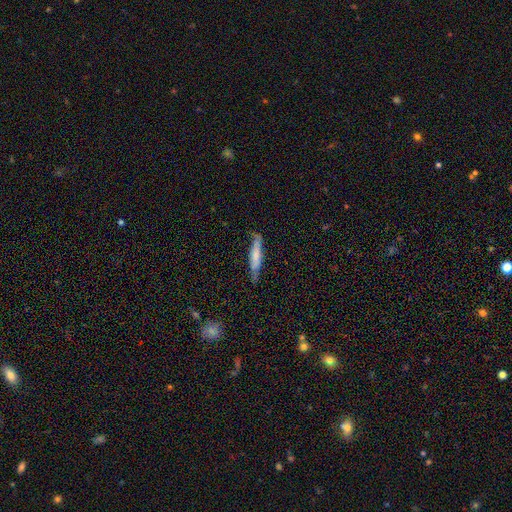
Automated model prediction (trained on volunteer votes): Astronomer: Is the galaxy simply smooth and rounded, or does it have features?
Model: smooth — 60%.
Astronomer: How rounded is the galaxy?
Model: cigar-shaped — 86%.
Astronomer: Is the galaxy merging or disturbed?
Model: none — 67%.